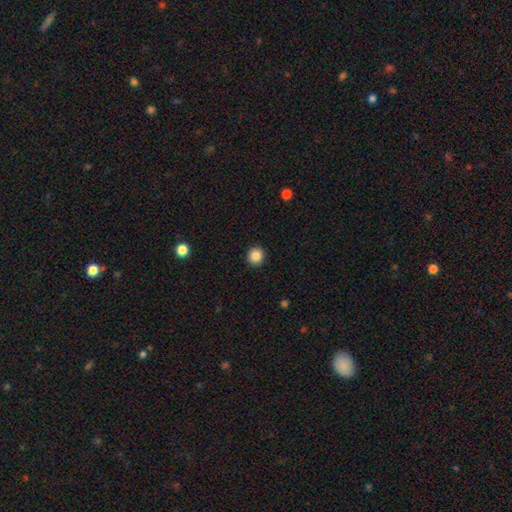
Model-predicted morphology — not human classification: A smooth galaxy with no disk features (87%) that is round (93%).

Vote fractions:
- Smooth or featured? smooth: 87% / star or artifact: 10% / featured or disk: 3%
- How rounded? round: 93% / in between: 6% / cigar-shaped: 1%
- Merging? none: 93% / minor disturbance: 5% / major disturbance: 2% / merger: 1%